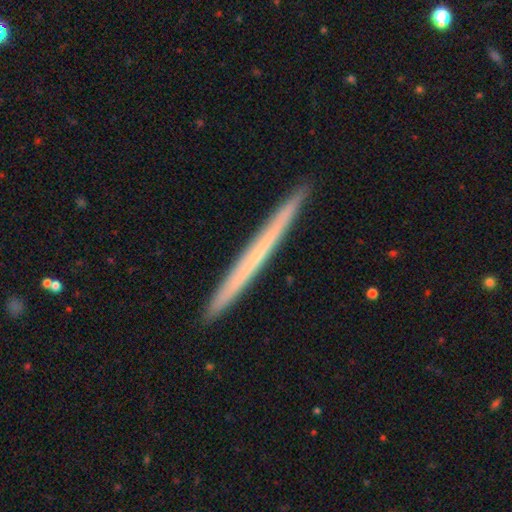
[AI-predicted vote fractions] Smooth or featured? featured or disk (50%)
Edge-on disk? yes (97%)
Merging? none (92%)